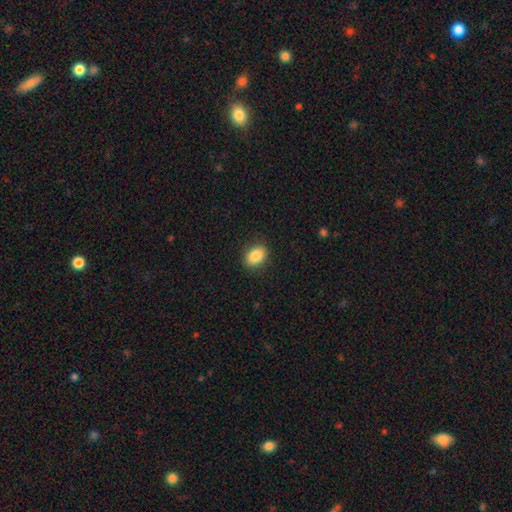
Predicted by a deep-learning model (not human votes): smooth-or-featured: smooth: 86% | star or artifact: 8% | featured or disk: 5%
  how-rounded: in between: 74% | round: 25% | cigar-shaped: 1%
  merging: none: 88% | minor disturbance: 8% | major disturbance: 2% | merger: 1%